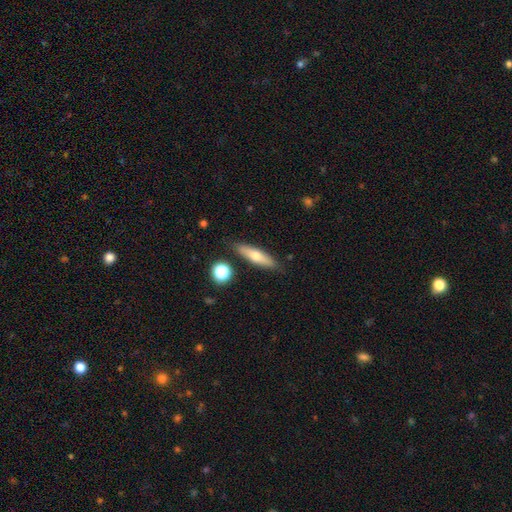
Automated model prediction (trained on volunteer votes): smooth-or-featured: smooth: 58% | featured or disk: 35% | star or artifact: 7%
  how-rounded: cigar-shaped: 71% | in between: 26% | round: 3%
  merging: none: 85% | minor disturbance: 10% | merger: 3% | major disturbance: 2%